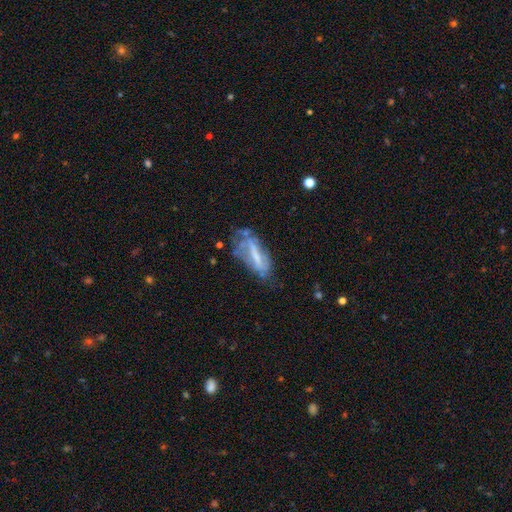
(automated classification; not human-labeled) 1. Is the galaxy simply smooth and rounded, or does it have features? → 56% featured or disk, 35% smooth, 9% star or artifact.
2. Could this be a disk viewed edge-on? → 82% no, 18% yes.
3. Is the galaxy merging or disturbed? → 36% none, 29% minor disturbance, 27% major disturbance, 7% merger.